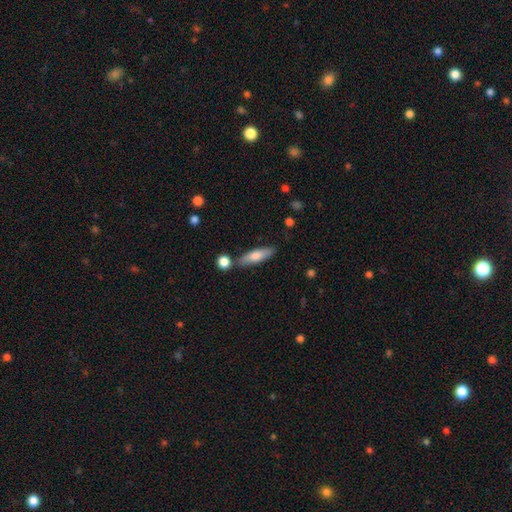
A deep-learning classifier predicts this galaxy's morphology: smooth-or-featured: smooth: 67% | featured or disk: 26% | star or artifact: 6%
  how-rounded: cigar-shaped: 63% | in between: 35% | round: 2%
  merging: none: 77% | minor disturbance: 12% | merger: 8% | major disturbance: 3%